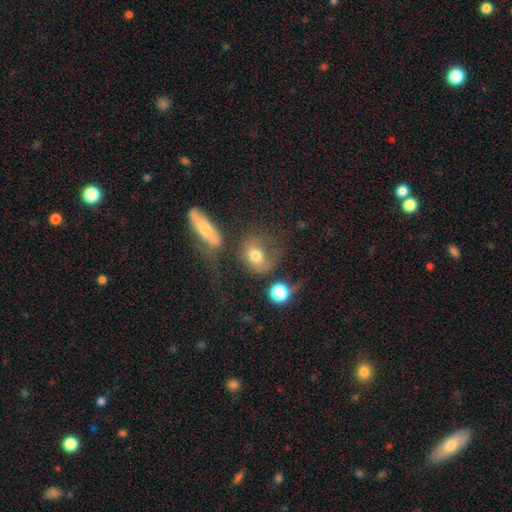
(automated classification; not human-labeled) This is likely a smooth galaxy (62%). How rounded: possibly round (58%). Merging: marginally none (32%).